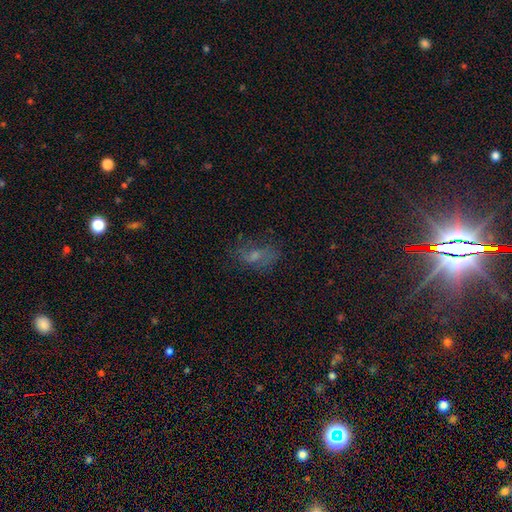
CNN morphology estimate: This is marginally a smooth galaxy (43%). Merging: possibly none (56%).